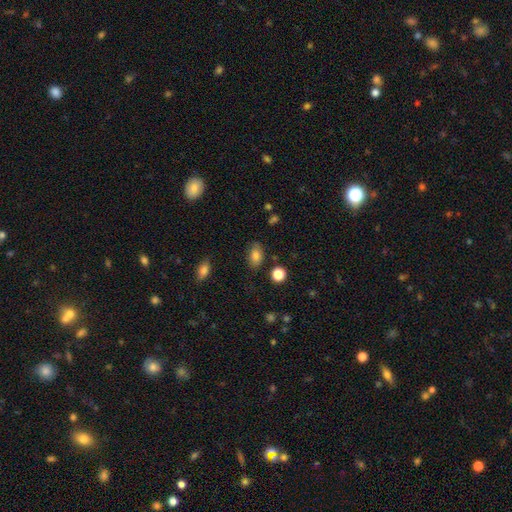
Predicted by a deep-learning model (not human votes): Smooth or featured? smooth (82%)
How rounded? in between (86%)
Merging? none (75%)